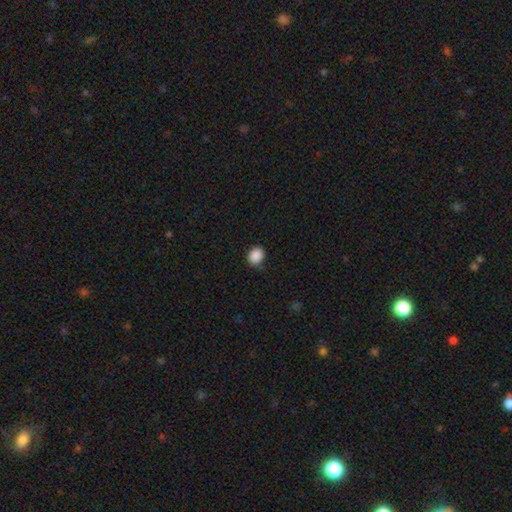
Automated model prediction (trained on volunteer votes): Smooth or featured? smooth (89%)
How rounded? round (51%)
Merging? none (85%)